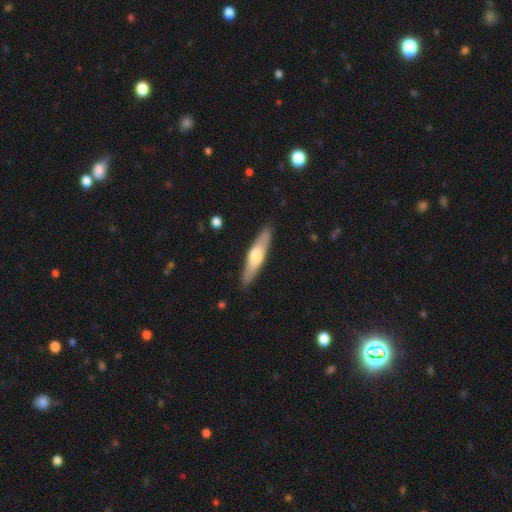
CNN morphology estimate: This appears to be a smooth galaxy with no disk features (52%) that is cigar-shaped (77%). Merging: none (88%).